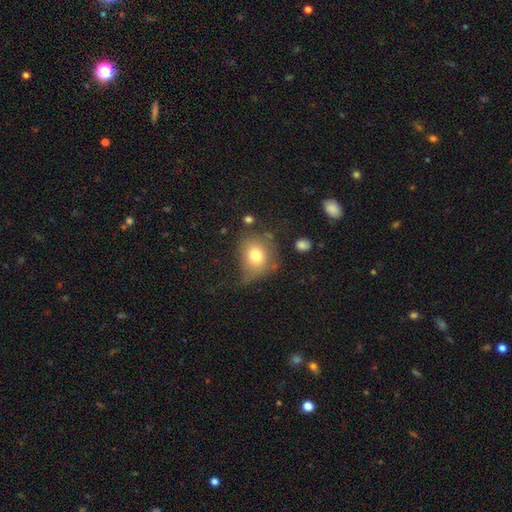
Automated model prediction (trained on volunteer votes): Overall: smooth (73%). How rounded: round (64%; in between 35%). Merging: none (47%; minor disturbance 30%).